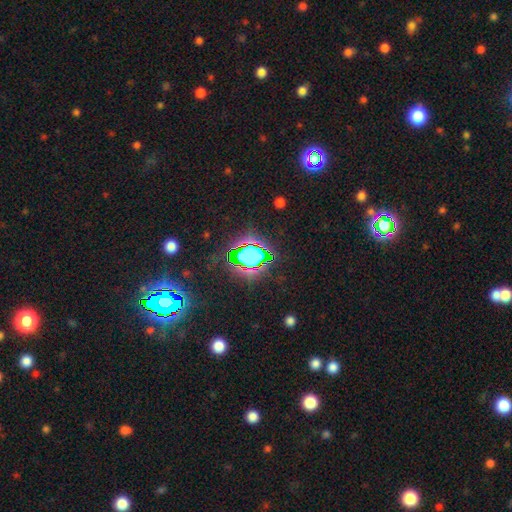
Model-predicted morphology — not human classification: Smooth or featured? star or artifact (74%)